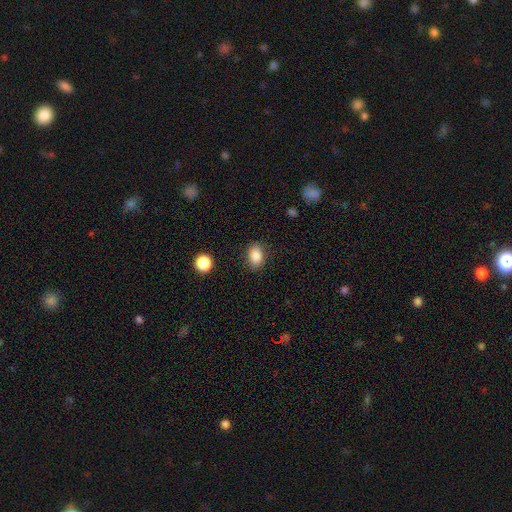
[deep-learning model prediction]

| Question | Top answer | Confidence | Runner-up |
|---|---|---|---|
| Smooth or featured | smooth | 86% | star or artifact (9%) |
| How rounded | in between | 73% | round (26%) |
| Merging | none | 84% | minor disturbance (11%) |